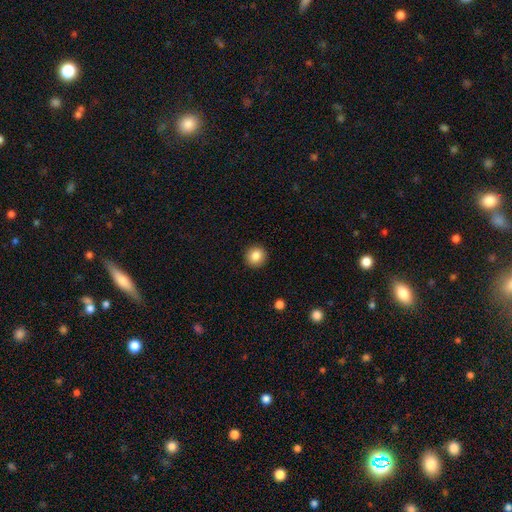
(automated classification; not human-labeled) smooth-or-featured: smooth: 86% | star or artifact: 9% | featured or disk: 5%
  how-rounded: round: 91% | in between: 8% | cigar-shaped: 1%
  merging: none: 92% | minor disturbance: 6% | major disturbance: 2% | merger: 1%